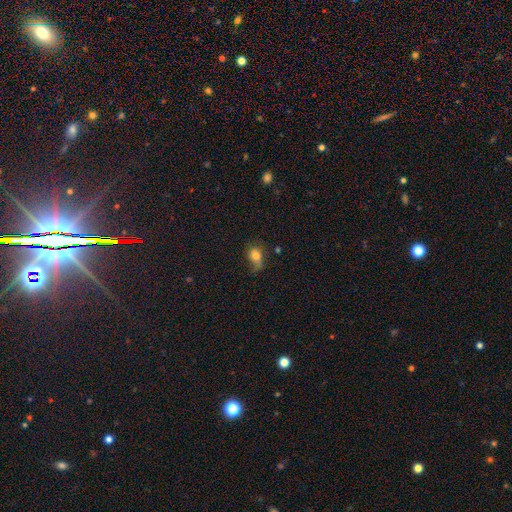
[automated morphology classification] type=smooth (73%); roundness=in between (62%); merging=none (40%).